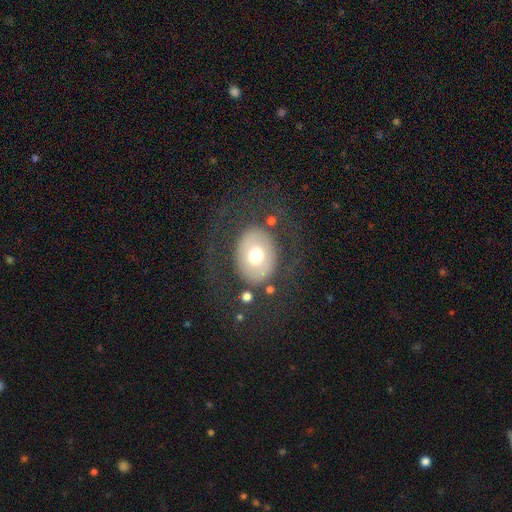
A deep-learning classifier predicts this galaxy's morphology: smooth_or_featured: smooth (p=0.57) [alt: featured or disk p=0.35]
how_rounded: in between (p=0.52) [alt: round p=0.47]
merging: none (p=0.70) [alt: major disturbance p=0.16]